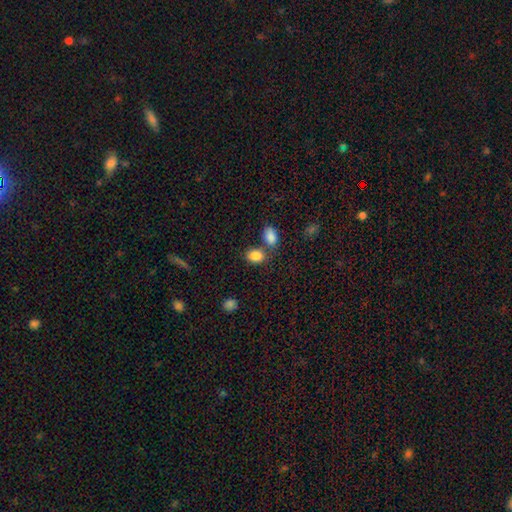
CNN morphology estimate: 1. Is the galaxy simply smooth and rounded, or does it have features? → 85% smooth, 9% star or artifact, 6% featured or disk.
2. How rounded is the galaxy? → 77% in between, 21% round, 1% cigar-shaped.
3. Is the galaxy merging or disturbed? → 56% none, 28% merger, 12% minor disturbance, 4% major disturbance.